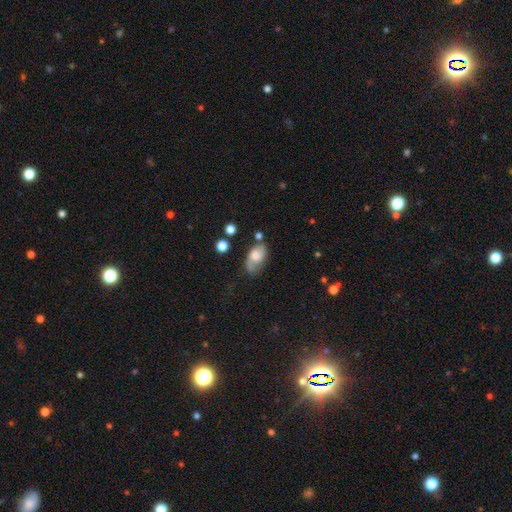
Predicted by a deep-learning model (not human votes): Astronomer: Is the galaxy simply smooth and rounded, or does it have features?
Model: smooth — 57% (runner-up: featured or disk, 34%).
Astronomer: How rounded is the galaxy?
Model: in between — 90%.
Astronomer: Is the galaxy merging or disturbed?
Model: none — 45% (runner-up: minor disturbance, 32%).